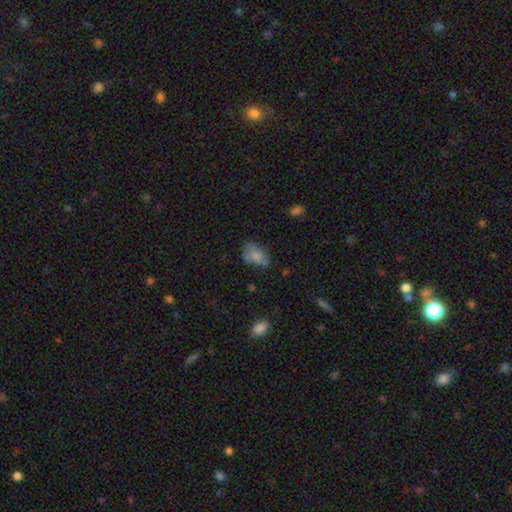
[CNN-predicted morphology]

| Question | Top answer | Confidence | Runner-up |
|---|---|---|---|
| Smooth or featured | smooth | 70% | featured or disk (21%) |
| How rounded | in between | 84% | round (14%) |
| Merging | none | 50% | minor disturbance (32%) |